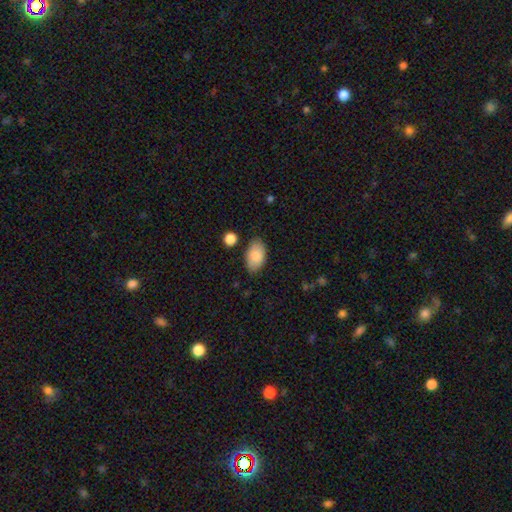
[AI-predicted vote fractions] The model was most divided on "merging": none: 81%, minor disturbance: 13%, major disturbance: 3%, merger: 2%. More confident: how rounded — in between (94%); smooth or featured — smooth (87%).